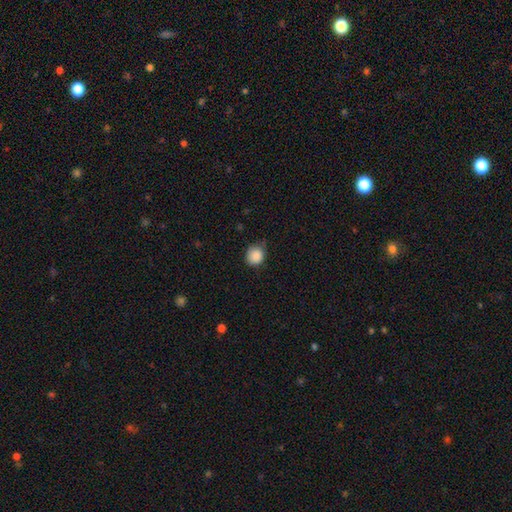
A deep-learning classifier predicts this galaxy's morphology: A smooth galaxy with no disk features (88%) that is round (79%).

Vote fractions:
- Smooth or featured? smooth: 88% / star or artifact: 9% / featured or disk: 4%
- How rounded? round: 79% / in between: 20% / cigar-shaped: 1%
- Merging? none: 68% / minor disturbance: 27% / major disturbance: 4% / merger: 1%